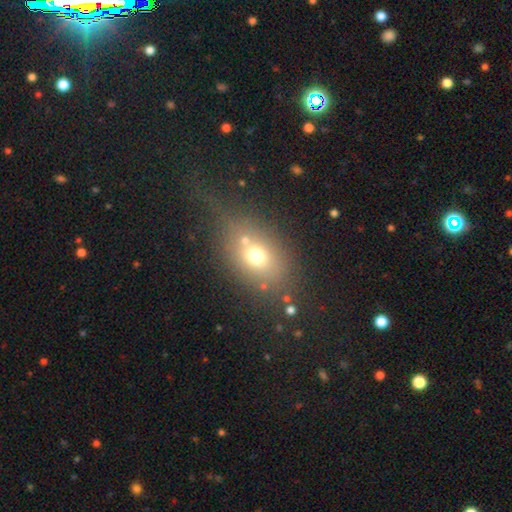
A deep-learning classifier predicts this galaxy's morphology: Smooth or featured? smooth (66%)
How rounded? in between (65%)
Merging? none (59%)